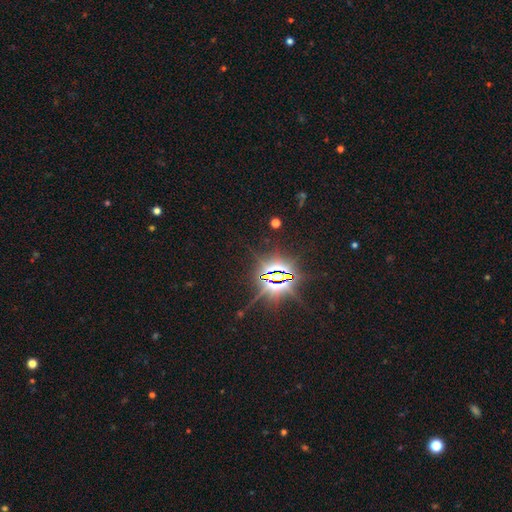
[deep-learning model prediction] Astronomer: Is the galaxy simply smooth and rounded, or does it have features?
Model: star or artifact — 87%.